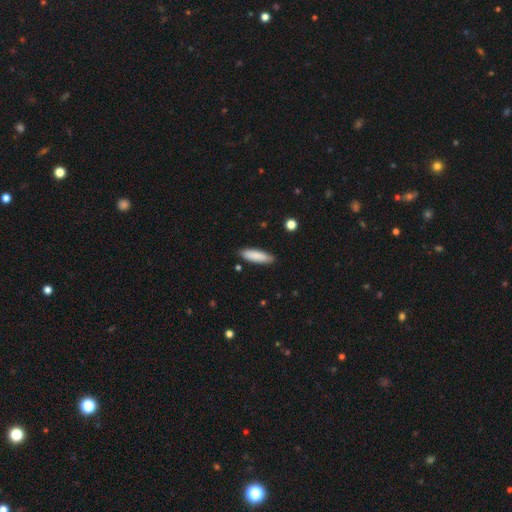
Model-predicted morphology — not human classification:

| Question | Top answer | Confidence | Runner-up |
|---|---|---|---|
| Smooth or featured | smooth | 87% | featured or disk (7%) |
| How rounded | cigar-shaped | 60% | in between (39%) |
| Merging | none | 87% | minor disturbance (10%) |